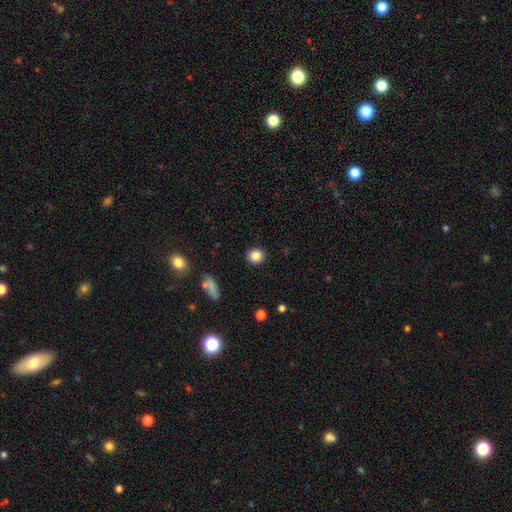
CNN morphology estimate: The model was most divided on "how rounded": round: 87%, in between: 12%, cigar-shaped: 1%. More confident: merging — none (91%); smooth or featured — smooth (85%).